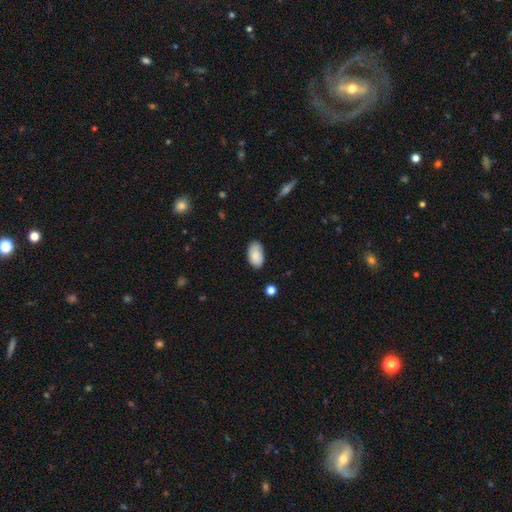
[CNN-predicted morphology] A smooth galaxy with no disk features (83%) that is in between round and cigar-shaped (94%). Merging: none (76%).